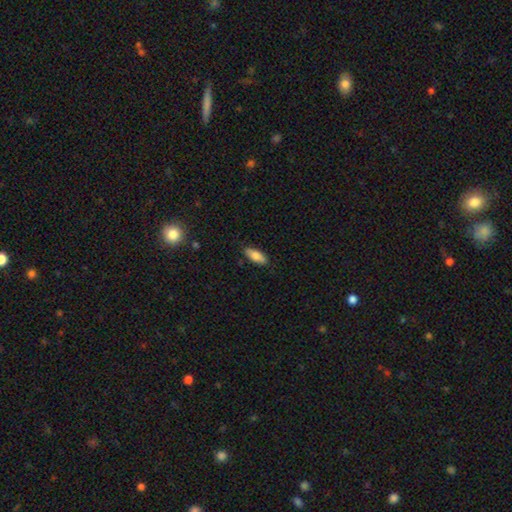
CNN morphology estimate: Overall: smooth (81%). How rounded: in between (75%). Merging: none (85%).